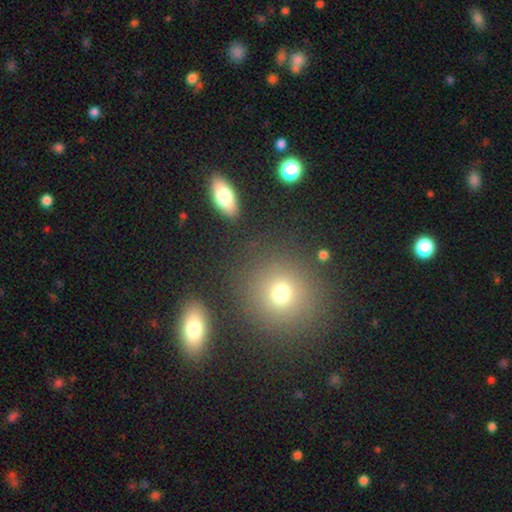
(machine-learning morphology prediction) The model was most divided on "smooth or featured": smooth: 57%, star or artifact: 30%, featured or disk: 13%. More confident: how rounded — round (84%); merging — none (84%).